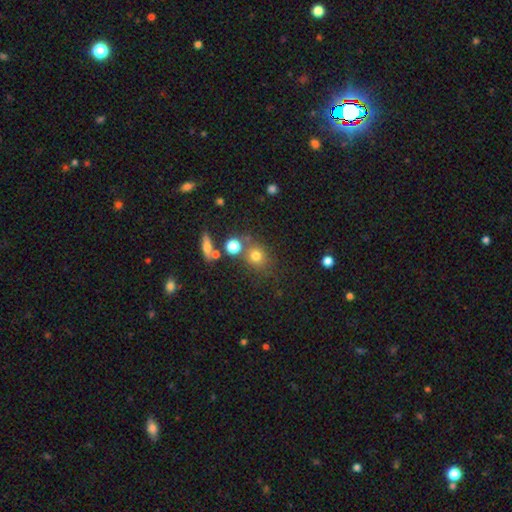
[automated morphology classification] This appears to be a smooth galaxy with no disk features (73%) that is round (81%). Merging: none (65%).